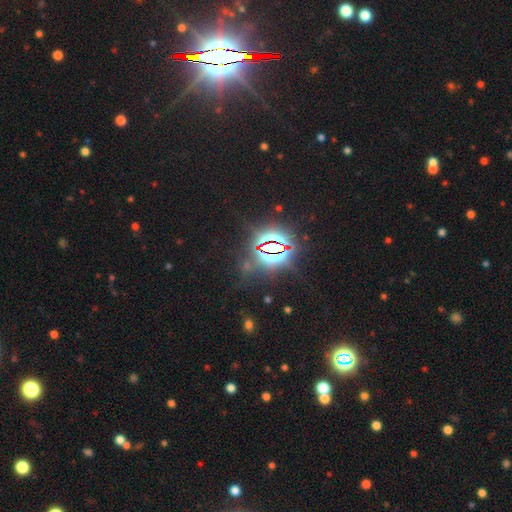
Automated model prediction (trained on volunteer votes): A star or artifact, not a galaxy (85%).